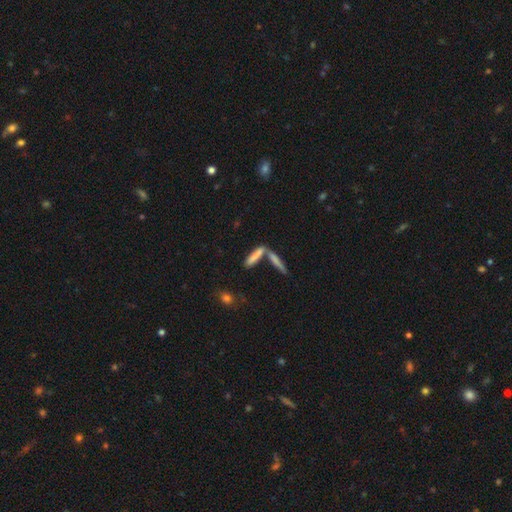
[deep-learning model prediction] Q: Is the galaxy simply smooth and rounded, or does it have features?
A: smooth — 70%.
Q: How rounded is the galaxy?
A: cigar-shaped — 81%.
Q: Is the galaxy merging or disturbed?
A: none — 51%.